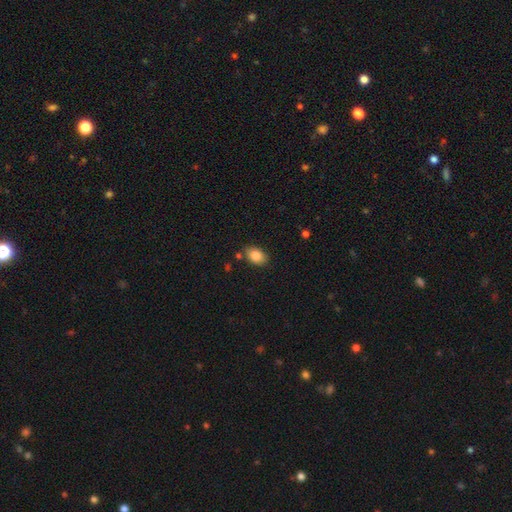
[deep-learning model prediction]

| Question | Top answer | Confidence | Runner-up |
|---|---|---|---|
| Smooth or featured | smooth | 84% | star or artifact (8%) |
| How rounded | in between | 81% | round (18%) |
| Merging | none | 81% | minor disturbance (12%) |